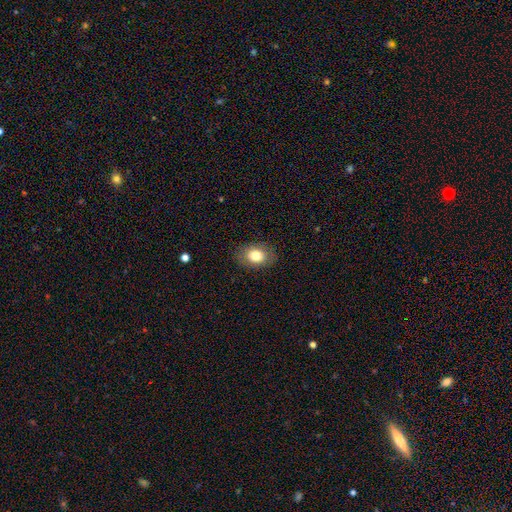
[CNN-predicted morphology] type=smooth (79%); roundness=in between (70%); merging=none (85%).